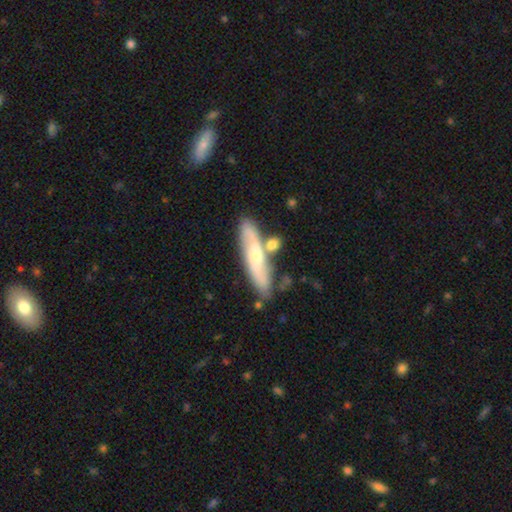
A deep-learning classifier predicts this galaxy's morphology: This appears to be a featured or disk galaxy (52%). Merging: none (65%).